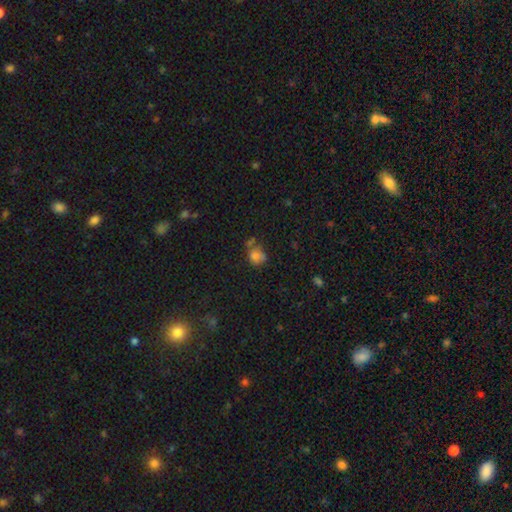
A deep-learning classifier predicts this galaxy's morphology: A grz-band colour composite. It shows a smooth galaxy with no disk features (75%) that is round (71%). Merging: none (47%).